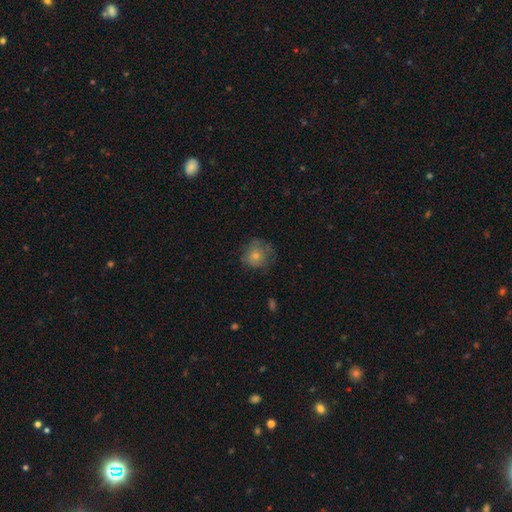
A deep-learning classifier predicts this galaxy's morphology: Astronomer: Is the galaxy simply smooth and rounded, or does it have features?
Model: smooth — 72%.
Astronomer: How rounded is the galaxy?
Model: round — 84%.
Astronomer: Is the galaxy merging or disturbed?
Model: none — 63%.